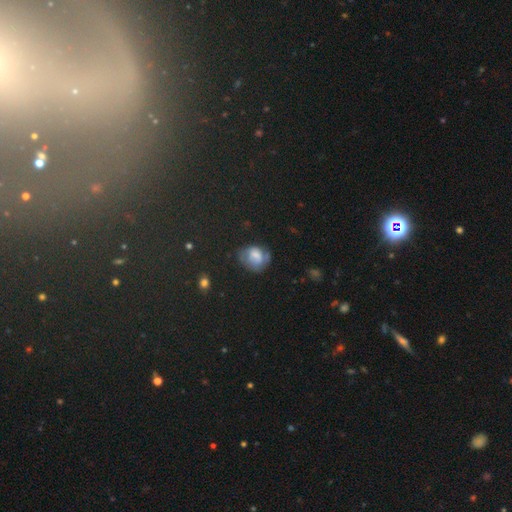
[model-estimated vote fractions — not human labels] A smooth galaxy with no disk features (55%) that is round (53%).

Vote fractions:
- Smooth or featured? smooth: 55% / featured or disk: 31% / star or artifact: 14%
- How rounded? round: 53% / in between: 46% / cigar-shaped: 1%
- Merging? none: 48% / minor disturbance: 30% / major disturbance: 19% / merger: 4%